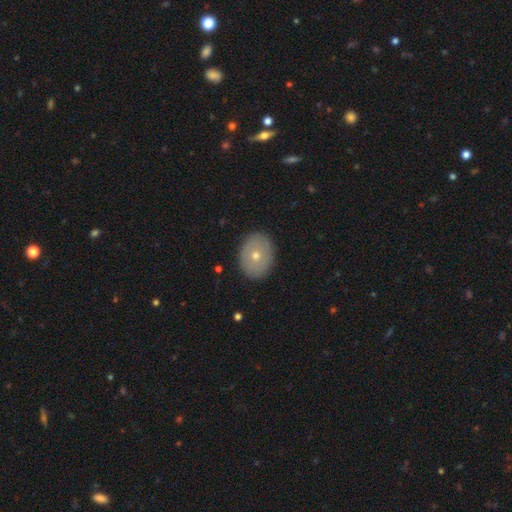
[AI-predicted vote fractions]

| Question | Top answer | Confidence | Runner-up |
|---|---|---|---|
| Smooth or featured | smooth | 55% | featured or disk (37%) |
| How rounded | in between | 66% | round (33%) |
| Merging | none | 88% | minor disturbance (8%) |